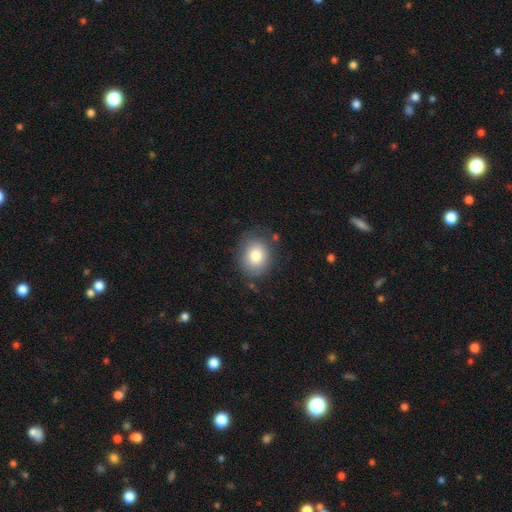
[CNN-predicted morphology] This appears to be a smooth galaxy with no disk features (81%) that is round (57%). Merging: none (79%).